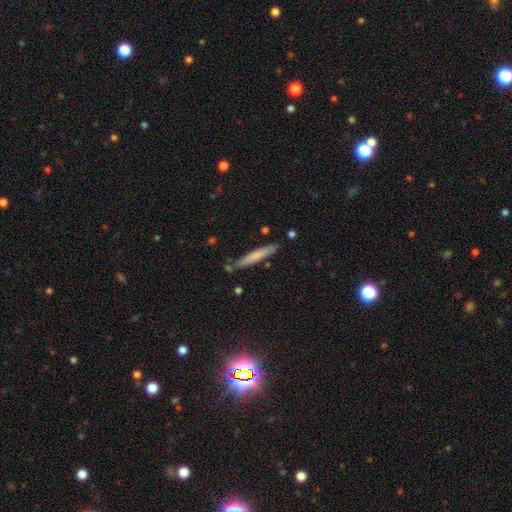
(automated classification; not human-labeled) Morphology: type=smooth (67%); roundness=cigar-shaped (94%); merging=none (82%).